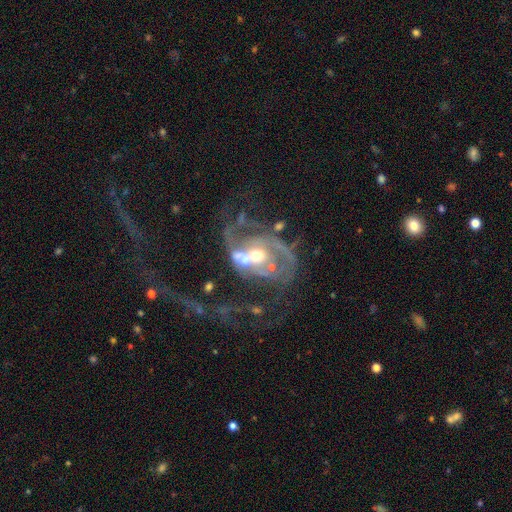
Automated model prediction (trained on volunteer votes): Smooth or featured? Predicted: featured or disk (p=0.82). Edge-on disk? Predicted: no (p=0.97). Bar? Predicted: no (p=0.68). Spiral arms? Predicted: yes (p=0.77). Spiral winding? Predicted: loose (p=0.41). Spiral arm count? Predicted: 2 (p=0.44). Bulge size? Predicted: moderate (p=0.62). Merging? Predicted: merger (p=0.38).